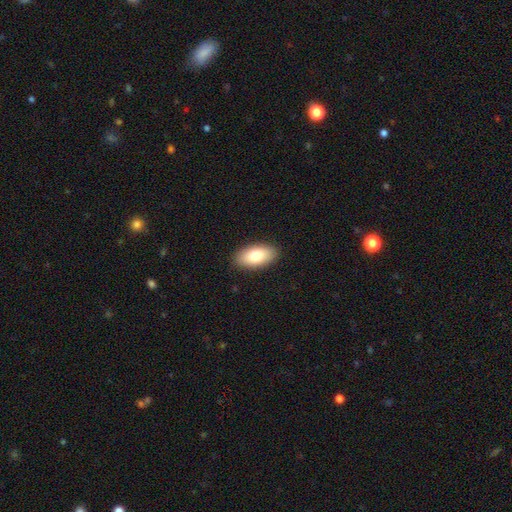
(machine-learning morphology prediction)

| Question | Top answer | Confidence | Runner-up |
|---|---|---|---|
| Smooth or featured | smooth | 80% | featured or disk (13%) |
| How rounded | in between | 93% | cigar-shaped (3%) |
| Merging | none | 89% | minor disturbance (8%) |